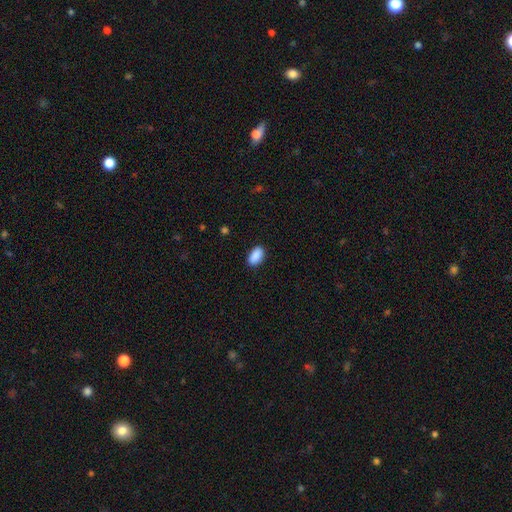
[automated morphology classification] This appears to be a smooth galaxy with no disk features (90%) that is in between round and cigar-shaped (93%). Merging: none (88%).